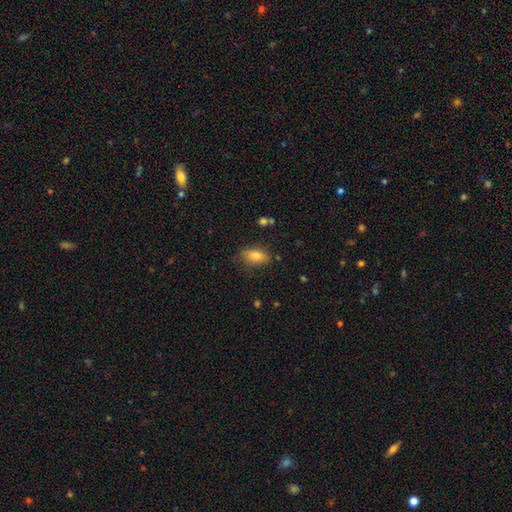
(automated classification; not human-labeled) A smooth galaxy with no disk features (76%) that is in between round and cigar-shaped (84%).

Vote fractions:
- Smooth or featured? smooth: 76% / featured or disk: 15% / star or artifact: 8%
- How rounded? in between: 84% / cigar-shaped: 9% / round: 6%
- Merging? none: 75% / minor disturbance: 19% / major disturbance: 4% / merger: 2%